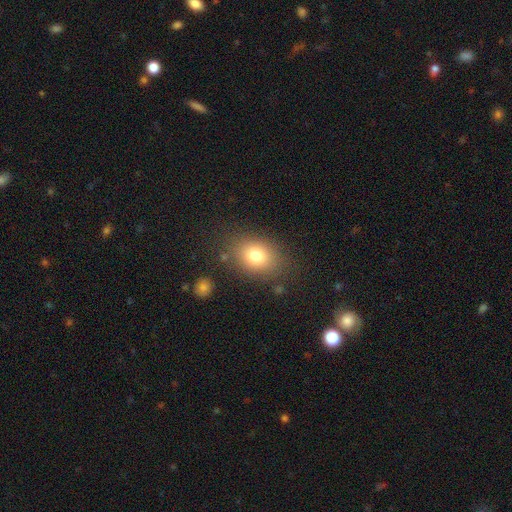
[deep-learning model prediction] Smooth or featured? Predicted: smooth (p=0.78). How rounded? Predicted: in between (p=0.60). Merging? Predicted: none (p=0.80).